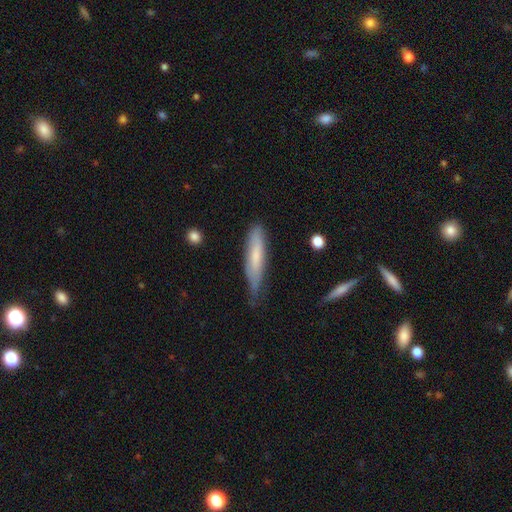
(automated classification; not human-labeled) Smooth or featured: smooth — 65% (featured or disk — 29%)
How rounded: cigar-shaped — 84% (in between — 14%)
Merging: none — 60% (minor disturbance — 32%)